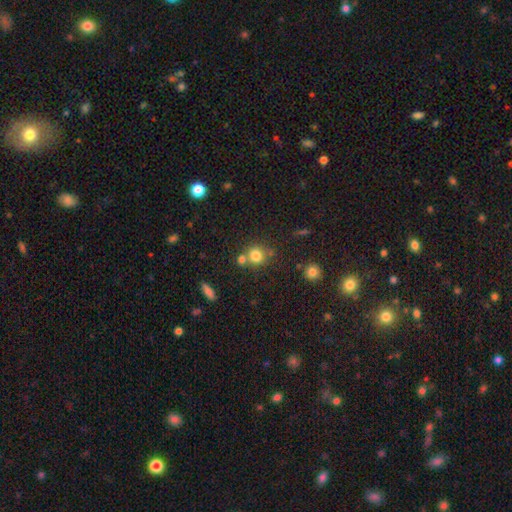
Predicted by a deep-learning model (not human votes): Smooth or featured? smooth (79%)
How rounded? round (85%)
Merging? none (57%)